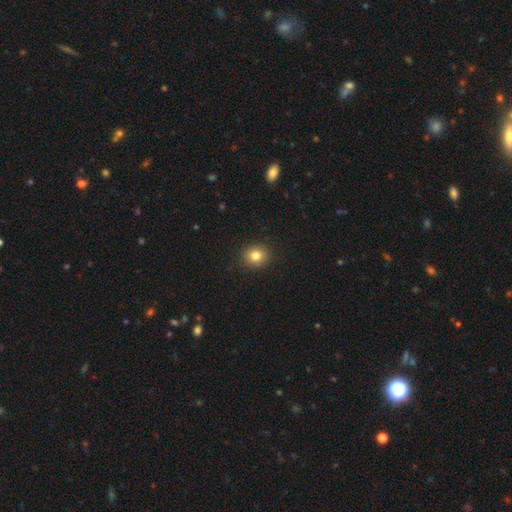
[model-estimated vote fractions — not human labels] This is clearly a smooth galaxy (82%). How rounded: clearly round (81%). Merging: clearly none (91%).